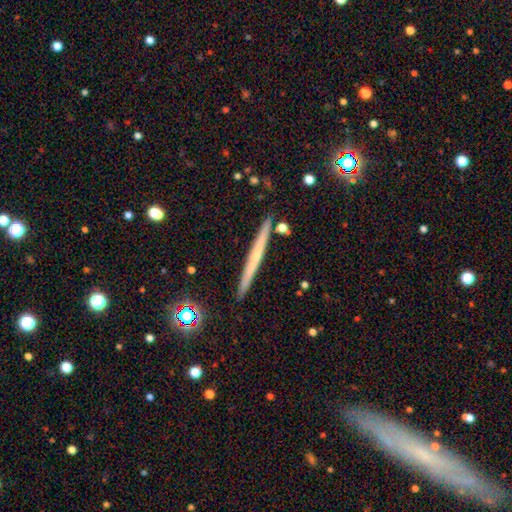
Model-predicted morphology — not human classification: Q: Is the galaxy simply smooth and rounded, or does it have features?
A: featured or disk — 51%.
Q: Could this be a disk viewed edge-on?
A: yes — 97%.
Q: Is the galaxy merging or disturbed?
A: none — 90%.